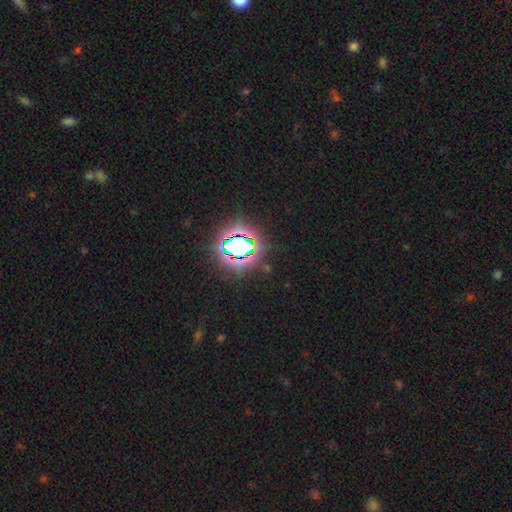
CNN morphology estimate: smooth_or_featured: star or artifact (p=0.82) [alt: smooth p=0.11]